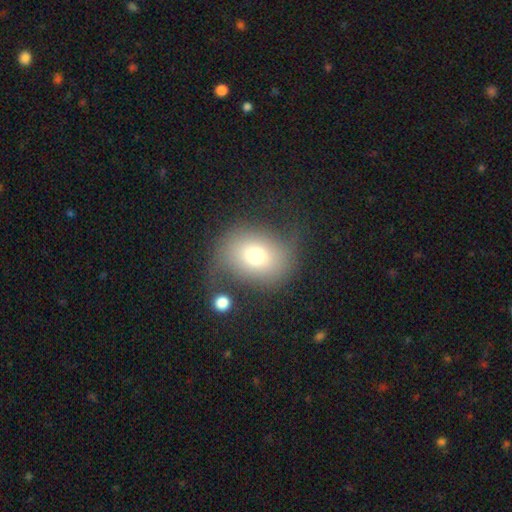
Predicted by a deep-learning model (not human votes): The model was most divided on "how rounded": round: 52%, in between: 47%, cigar-shaped: 1%. More confident: smooth or featured — smooth (64%); merging — none (51%).